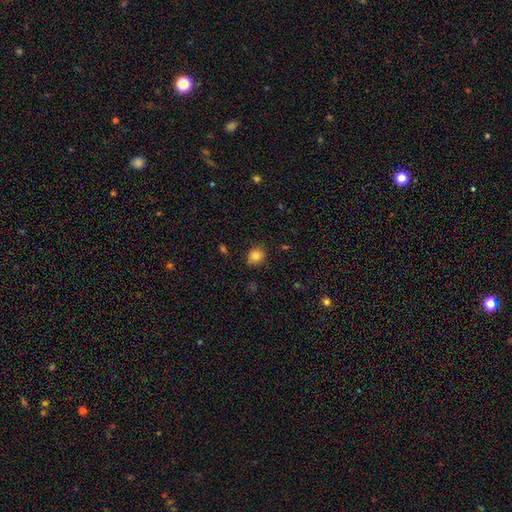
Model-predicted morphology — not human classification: This is clearly a smooth galaxy (84%). How rounded: clearly round (83%). Merging: clearly none (81%).